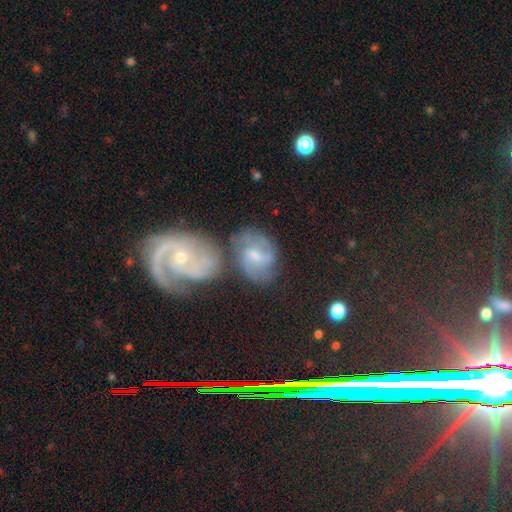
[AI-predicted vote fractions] This is likely a featured or disk galaxy (69%). It is clearly not viewed edge-on (97%). Bar: possibly weak (57%). Spiral arm pattern: clearly yes (89%). Spiral arm count: marginally 2 (40%). Spiral winding: possibly medium (49%). Central bulge: marginally moderate (45%). Merging: marginally none (44%).